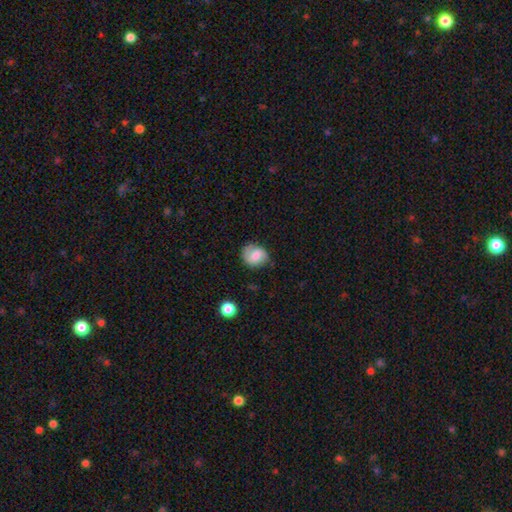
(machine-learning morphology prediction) Smooth or featured?
  - smooth: 60% *
  - featured or disk: 31%
  - star or artifact: 8%
How rounded?
  - round: 68% *
  - in between: 31%
  - cigar-shaped: 1%
Merging?
  - none: 70% *
  - minor disturbance: 23%
  - major disturbance: 6%
  - merger: 2%